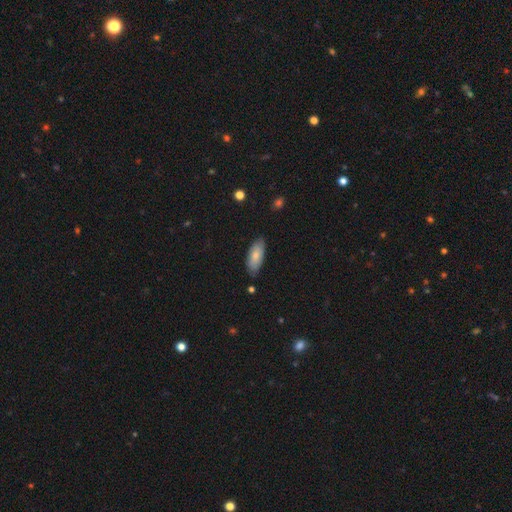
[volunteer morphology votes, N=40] smooth-or-featured: smooth: 72% | featured or disk: 22% | star or artifact: 5%
  how-rounded: in between: 83% | cigar-shaped: 17% | round: 0%
  merging: none: 63% | minor disturbance: 37% | major disturbance: 0% | merger: 0%